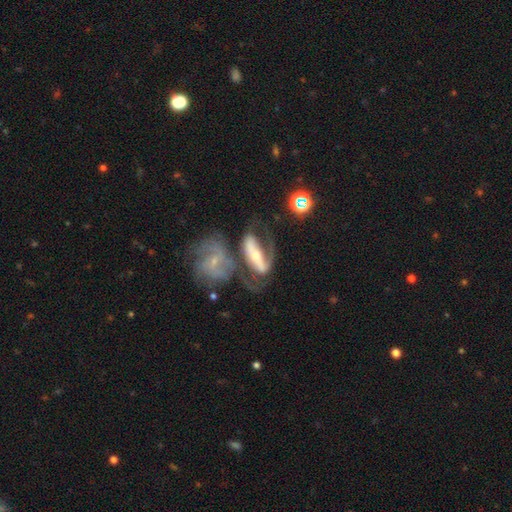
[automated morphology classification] This appears to be a featured or disk galaxy (76%) with a strong bar (57%), 2 (76%) medium (41%) spiral arms (82%) and a small central bulge (51%). Merging: merger (37%).